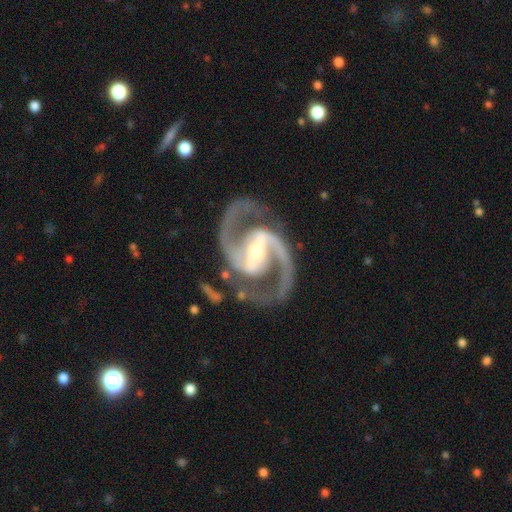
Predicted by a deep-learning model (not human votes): Overall: featured or disk (94%). Edge-on disk: no (98%). Bar: strong (62%; weak 29%). Spiral arms: yes (99%). Spiral arm count: 2 (94%). Spiral winding: medium (68%). Bulge size: small (56%; moderate 36%). Merging: none (80%).